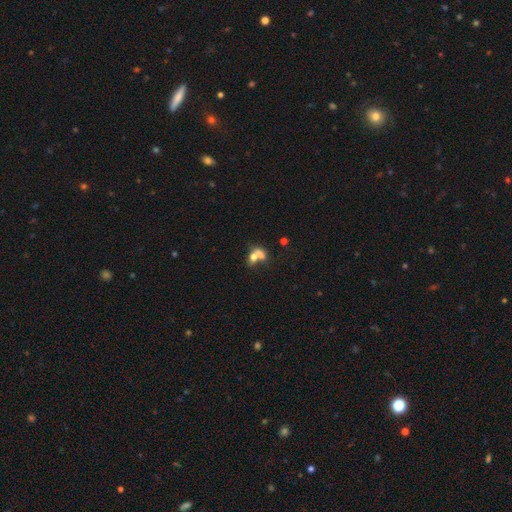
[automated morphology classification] This appears to be a smooth galaxy with no disk features (68%) that is in between round and cigar-shaped (65%). Merging: merger (63%).